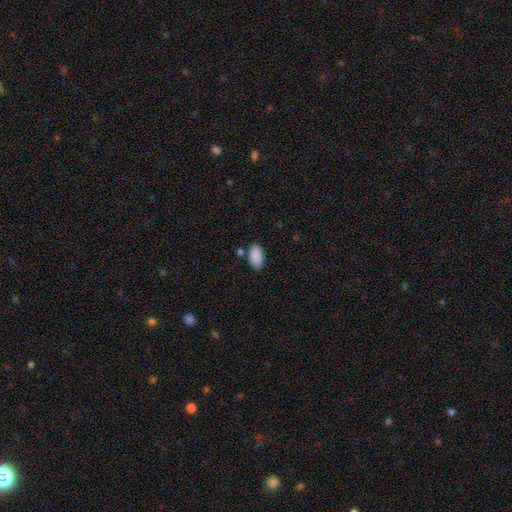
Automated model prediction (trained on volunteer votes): Smooth or featured? Predicted: smooth (p=0.90). How rounded? Predicted: in between (p=0.95). Merging? Predicted: none (p=0.79).